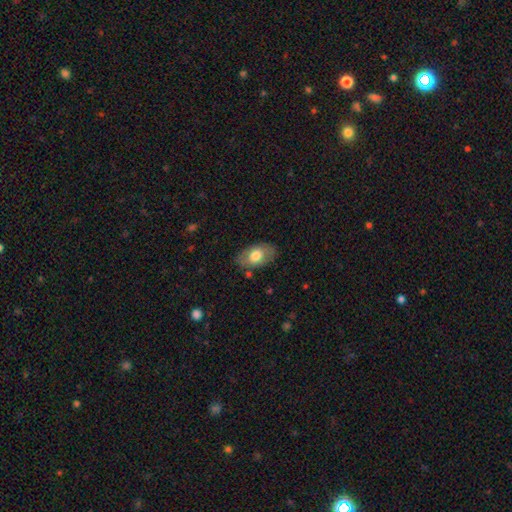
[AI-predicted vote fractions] Smooth or featured?
  - smooth: 71% *
  - featured or disk: 23%
  - star or artifact: 6%
How rounded?
  - in between: 91% *
  - round: 7%
  - cigar-shaped: 2%
Merging?
  - none: 80% *
  - minor disturbance: 15%
  - major disturbance: 4%
  - merger: 2%